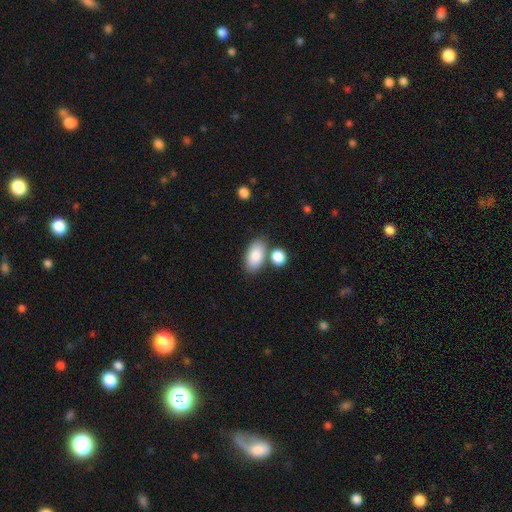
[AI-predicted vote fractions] The model was most divided on "merging": none: 67%, merger: 18%, minor disturbance: 11%, major disturbance: 3%. More confident: how rounded — in between (93%); smooth or featured — smooth (85%).